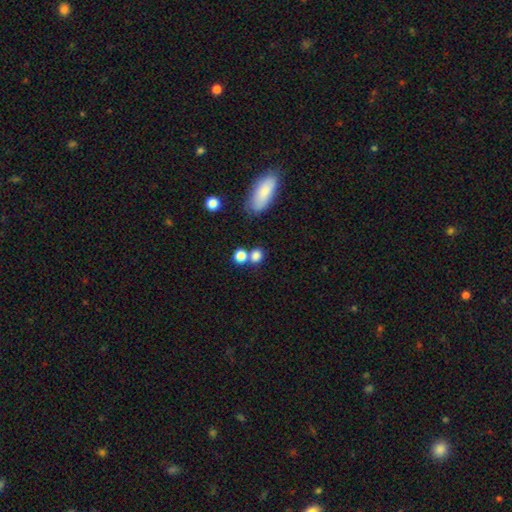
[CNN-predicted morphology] A smooth galaxy with no disk features (81%) that is round (71%). Merging: none (54%).